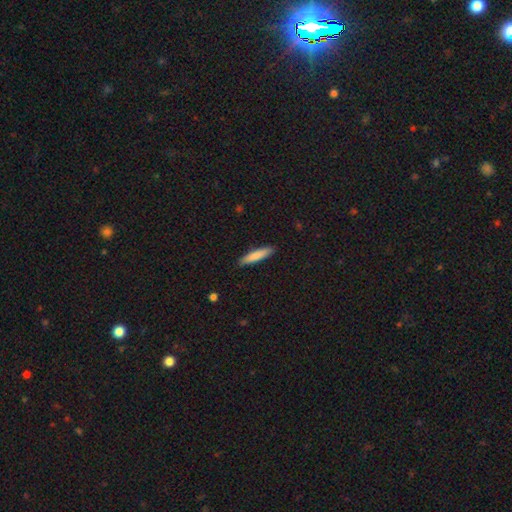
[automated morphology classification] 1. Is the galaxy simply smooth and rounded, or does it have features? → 81% smooth, 13% featured or disk, 5% star or artifact.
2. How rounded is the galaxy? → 86% cigar-shaped, 13% in between, 1% round.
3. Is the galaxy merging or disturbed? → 90% none, 8% minor disturbance, 2% major disturbance, 1% merger.